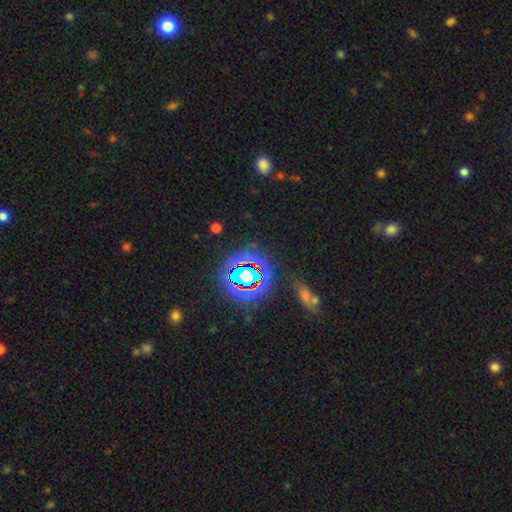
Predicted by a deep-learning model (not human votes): A star or artifact, not a galaxy (78%).